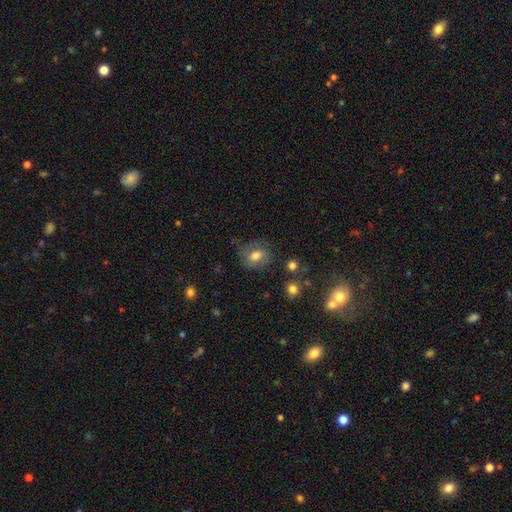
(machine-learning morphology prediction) This is likely a smooth galaxy (66%). How rounded: possibly in between (57%). Merging: likely none (60%).